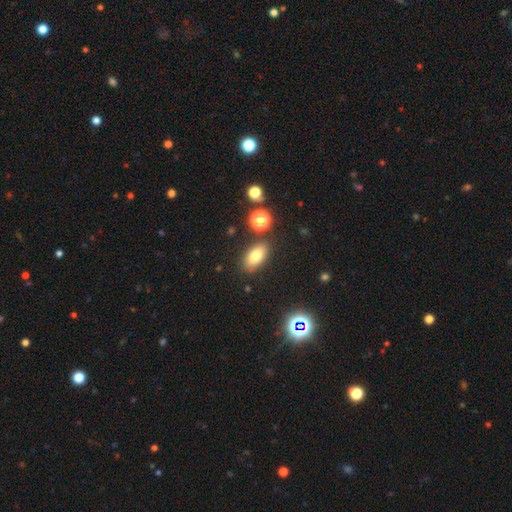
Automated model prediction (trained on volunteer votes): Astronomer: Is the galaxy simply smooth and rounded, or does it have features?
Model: smooth — 76%.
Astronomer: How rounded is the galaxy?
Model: in between — 87%.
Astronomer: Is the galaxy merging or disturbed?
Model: none — 82%.